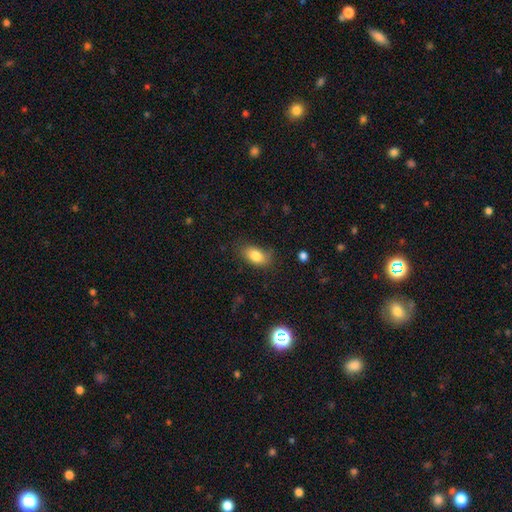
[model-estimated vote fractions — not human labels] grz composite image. It shows a smooth galaxy with no disk features (82%) that is in between round and cigar-shaped (89%). Merging: none (68%).